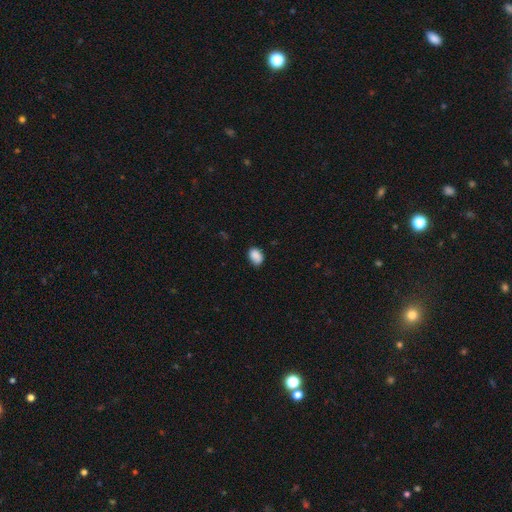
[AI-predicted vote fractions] Smooth or featured?
  - smooth: 88% *
  - star or artifact: 8%
  - featured or disk: 4%
How rounded?
  - in between: 82% *
  - round: 17%
  - cigar-shaped: 1%
Merging?
  - none: 75% *
  - minor disturbance: 20%
  - major disturbance: 3%
  - merger: 1%